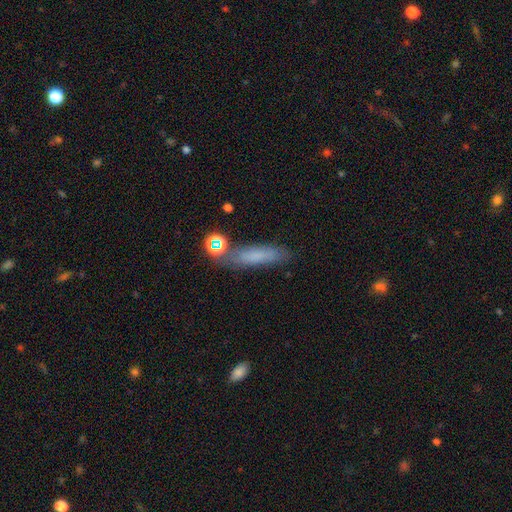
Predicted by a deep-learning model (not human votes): Smooth or featured?
  - smooth: 68% *
  - featured or disk: 19%
  - star or artifact: 13%
How rounded?
  - cigar-shaped: 72% *
  - in between: 24%
  - round: 4%
Merging?
  - none: 69% *
  - minor disturbance: 17%
  - merger: 8%
  - major disturbance: 6%